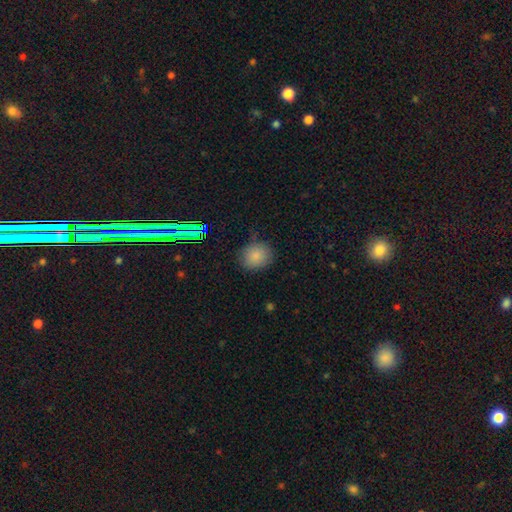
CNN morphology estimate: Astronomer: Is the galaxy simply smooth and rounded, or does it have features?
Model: smooth — 83%.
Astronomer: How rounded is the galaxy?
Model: round — 75%.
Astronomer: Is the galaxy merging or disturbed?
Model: none — 78%.